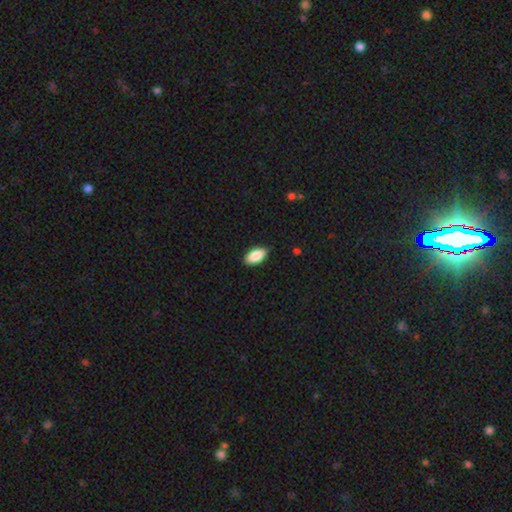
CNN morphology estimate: This is clearly a smooth galaxy (88%). How rounded: clearly in between (92%). Merging: clearly none (89%).